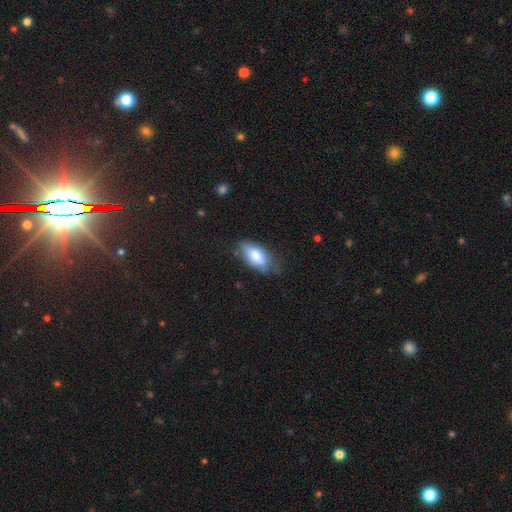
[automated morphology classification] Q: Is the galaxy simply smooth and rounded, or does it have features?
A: smooth — 77%.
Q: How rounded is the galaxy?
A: in between — 88%.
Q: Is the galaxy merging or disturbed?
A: none — 58%.